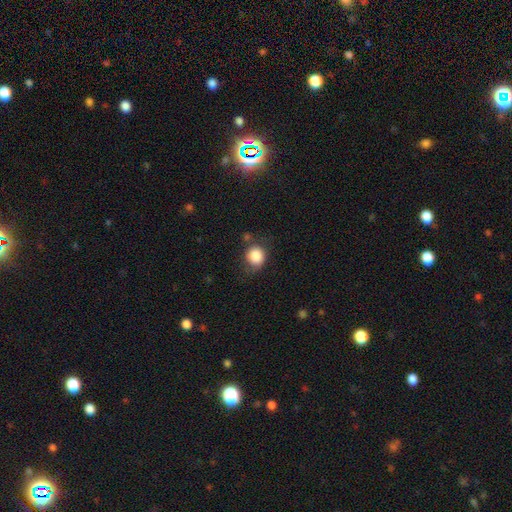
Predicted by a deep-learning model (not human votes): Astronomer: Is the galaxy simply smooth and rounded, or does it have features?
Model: smooth — 85%.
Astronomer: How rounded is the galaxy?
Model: round — 78%.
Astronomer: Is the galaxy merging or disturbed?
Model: none — 63%.